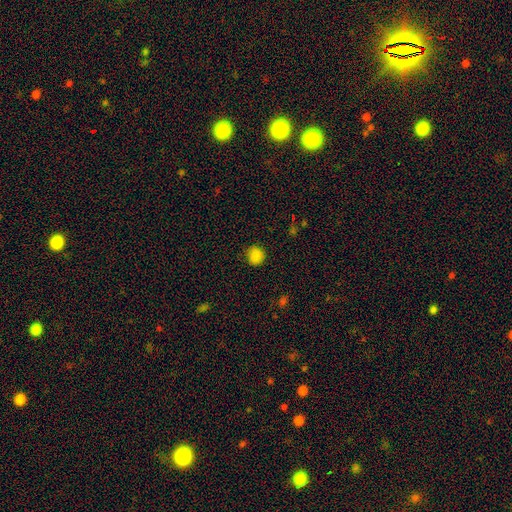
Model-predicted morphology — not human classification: Smooth or featured? smooth (84%)
How rounded? round (82%)
Merging? none (85%)